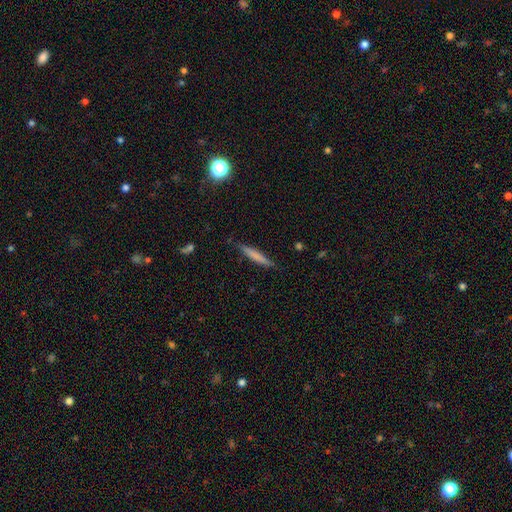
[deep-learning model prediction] This appears to be a smooth galaxy with no disk features (72%) that is cigar-shaped (93%). Merging: none (85%).